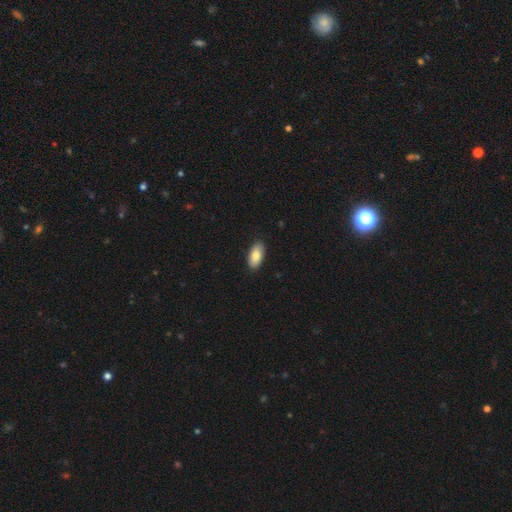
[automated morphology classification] smooth-or-featured: smooth: 84% | featured or disk: 10% | star or artifact: 6%
  how-rounded: in between: 93% | cigar-shaped: 5% | round: 2%
  merging: none: 89% | minor disturbance: 8% | major disturbance: 2% | merger: 1%